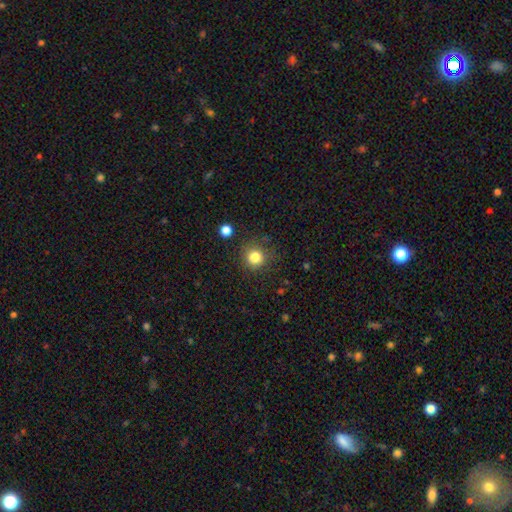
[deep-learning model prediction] smooth 83%, star or artifact 12%, featured or disk 6%. Down the decision tree: how rounded — round (89%); merging — none (81%).